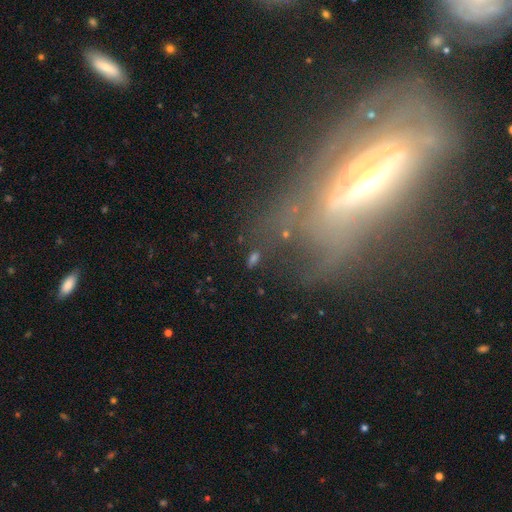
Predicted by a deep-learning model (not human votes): Morphology: type=featured or disk (41%); merging=none (54%).